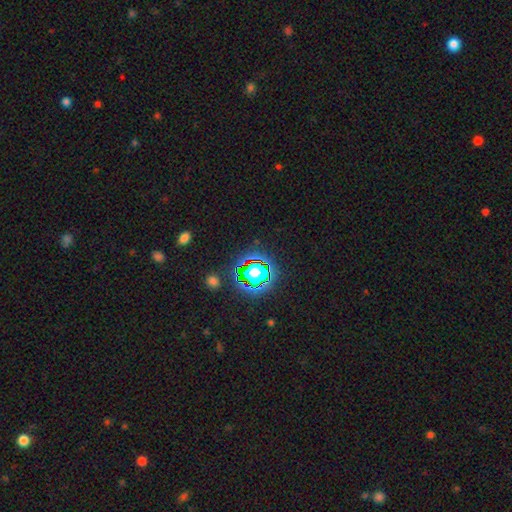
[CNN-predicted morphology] smooth_or_featured: star or artifact (p=0.80) [alt: smooth p=0.13]